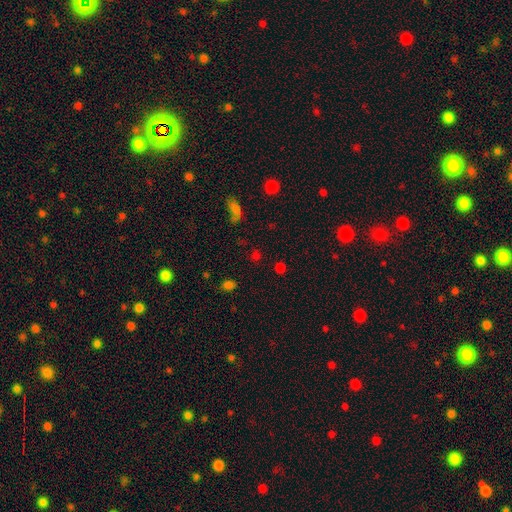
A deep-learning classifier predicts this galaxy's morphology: smooth_or_featured: smooth (p=0.60) [alt: star or artifact p=0.33]
how_rounded: round (p=0.73) [alt: in between p=0.24]
merging: none (p=0.74) [alt: minor disturbance p=0.11]